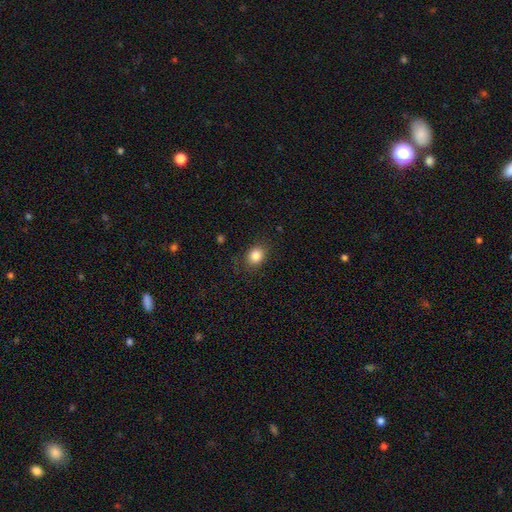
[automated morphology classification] Overall: smooth (85%). How rounded: round (53%; in between 46%). Merging: none (83%).